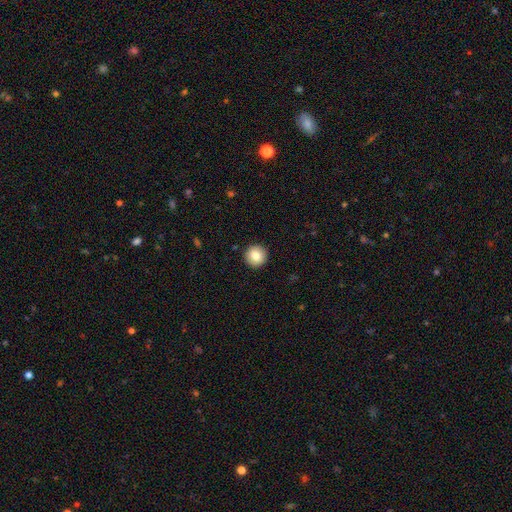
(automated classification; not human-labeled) smooth 84%, star or artifact 8%, featured or disk 8%. Down the decision tree: how rounded — round (96%); merging — none (93%).